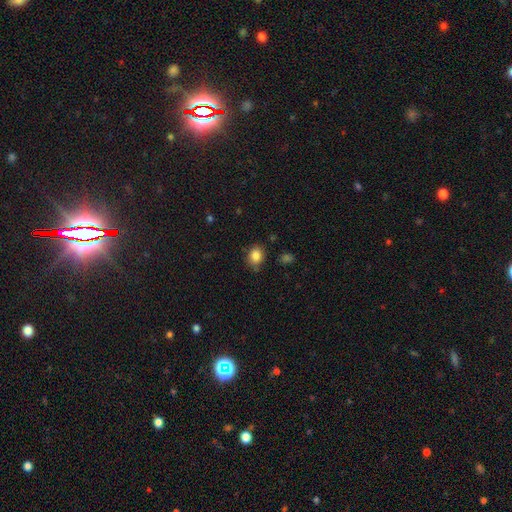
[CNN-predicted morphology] A smooth galaxy with no disk features (84%) that is round (53%). Merging: none (79%).